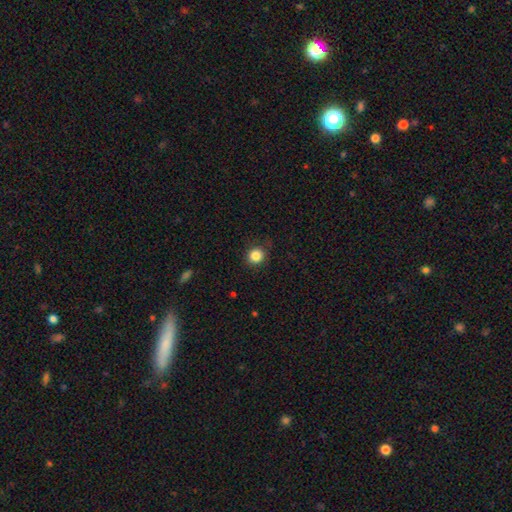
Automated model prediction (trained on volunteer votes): Smooth or featured? smooth (84%)
How rounded? round (89%)
Merging? none (85%)